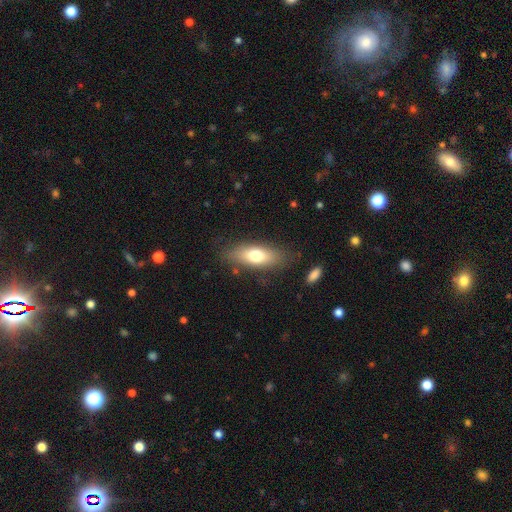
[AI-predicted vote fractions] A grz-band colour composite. It shows a smooth galaxy with no disk features (70%) that is in between round and cigar-shaped (71%). Merging: none (80%).